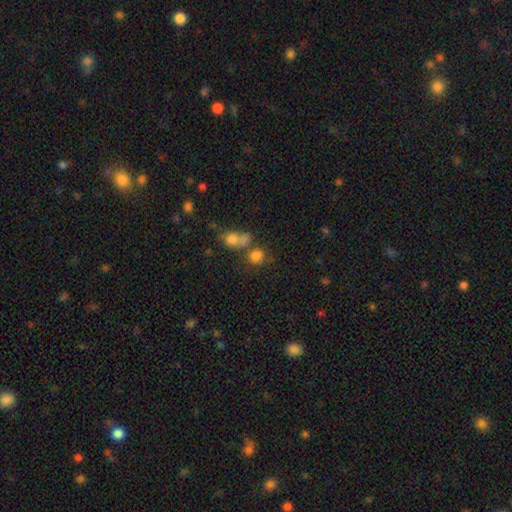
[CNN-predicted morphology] smooth_or_featured: smooth (p=0.78) [alt: star or artifact p=0.14]
how_rounded: round (p=0.70) [alt: in between p=0.29]
merging: none (p=0.47) [alt: merger p=0.35]